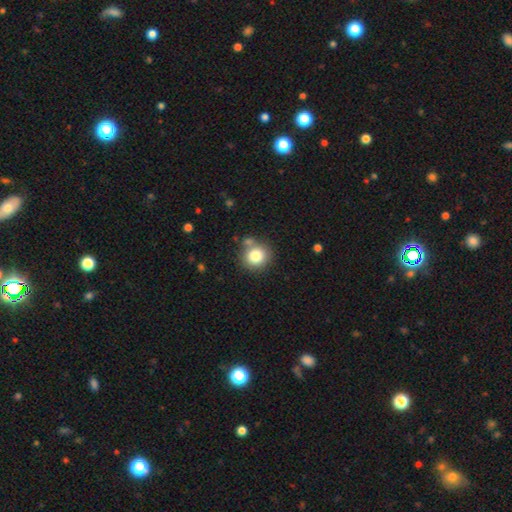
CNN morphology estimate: This appears to be a smooth galaxy with no disk features (81%) that is round (86%). Merging: none (72%).